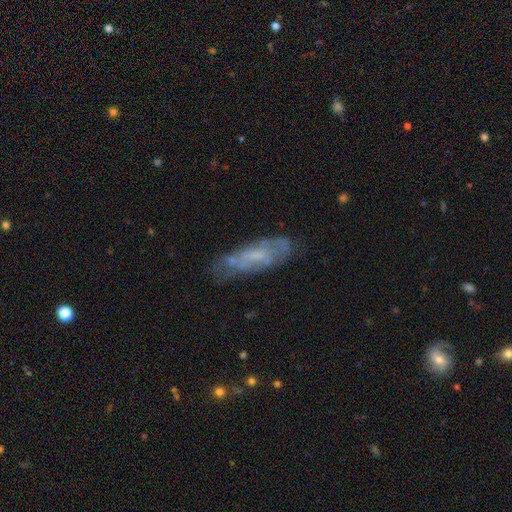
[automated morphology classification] The model was most divided on "smooth or featured": featured or disk: 56%, smooth: 35%, star or artifact: 9%. More confident: edge-on disk — no (77%); merging — none (60%).